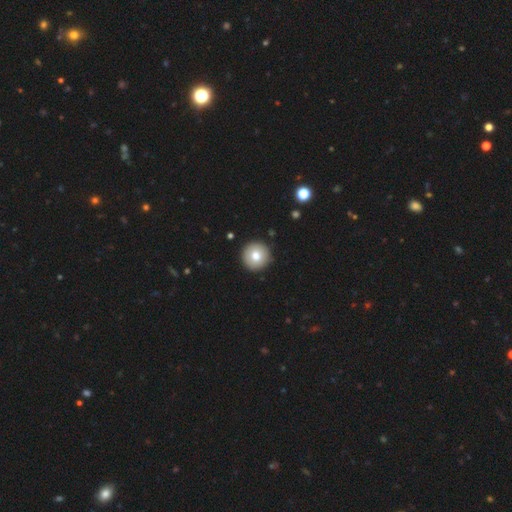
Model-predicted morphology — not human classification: Smooth or featured?
  - smooth: 78% *
  - featured or disk: 14%
  - star or artifact: 8%
How rounded?
  - round: 96% *
  - in between: 3%
  - cigar-shaped: 1%
Merging?
  - none: 92% *
  - minor disturbance: 5%
  - major disturbance: 2%
  - merger: 1%